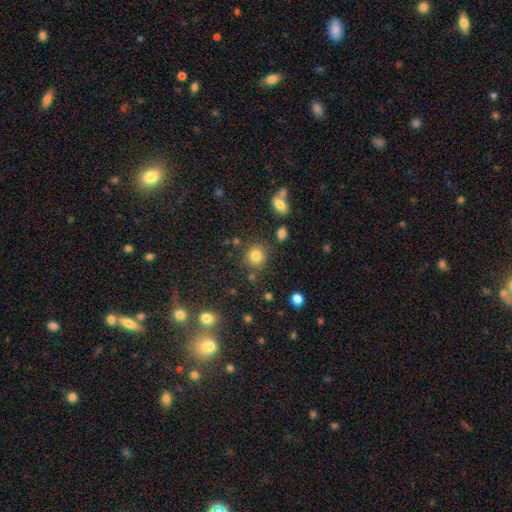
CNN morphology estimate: smooth_or_featured: smooth (p=0.81) [alt: star or artifact p=0.12]
how_rounded: round (p=0.87) [alt: in between p=0.12]
merging: none (p=0.81) [alt: minor disturbance p=0.10]